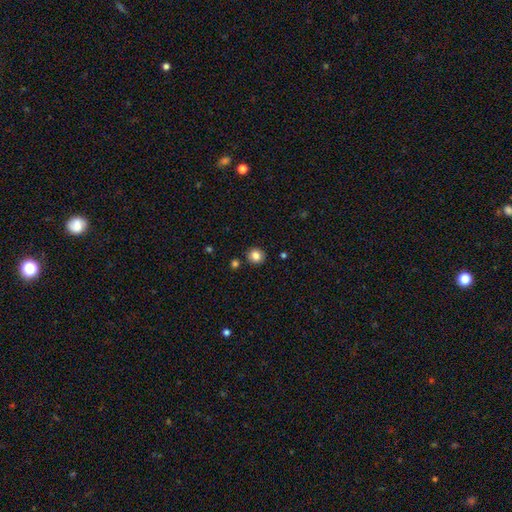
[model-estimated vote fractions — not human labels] Q: Smooth or featured?
A: smooth (84%); runner-up: star or artifact (11%)
Q: How rounded?
A: round (87%); runner-up: in between (12%)
Q: Merging?
A: none (87%); runner-up: minor disturbance (7%)